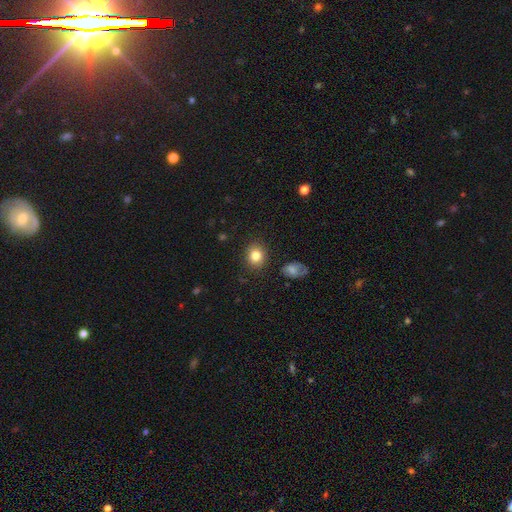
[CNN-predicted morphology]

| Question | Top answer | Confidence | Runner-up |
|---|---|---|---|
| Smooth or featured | smooth | 83% | star or artifact (10%) |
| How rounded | round | 68% | in between (31%) |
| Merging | none | 88% | minor disturbance (8%) |